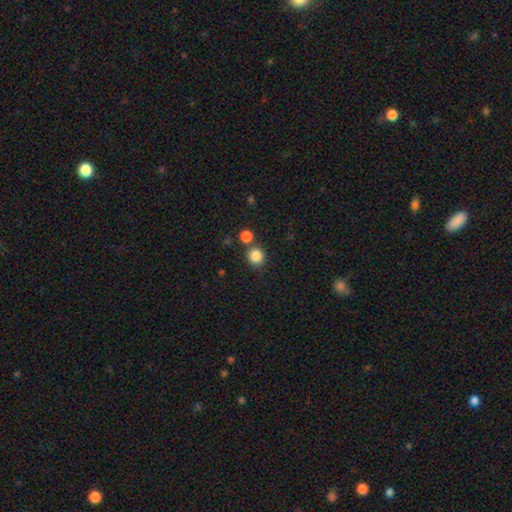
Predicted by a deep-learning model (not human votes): A smooth galaxy with no disk features (85%) that is round (91%).

Vote fractions:
- Smooth or featured? smooth: 85% / star or artifact: 11% / featured or disk: 4%
- How rounded? round: 91% / in between: 8% / cigar-shaped: 1%
- Merging? none: 76% / merger: 14% / minor disturbance: 8% / major disturbance: 3%